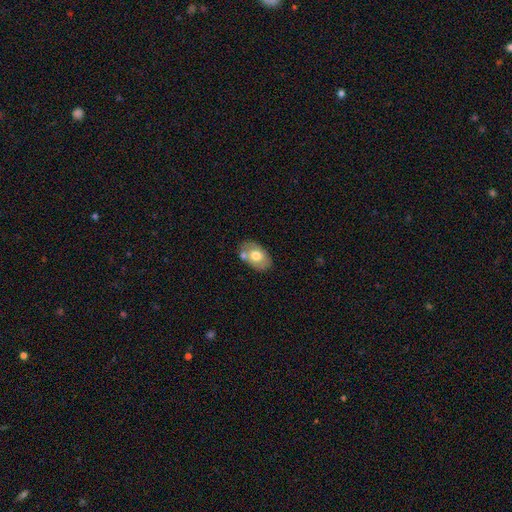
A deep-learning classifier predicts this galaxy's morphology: Smooth or featured?
  - smooth: 65% *
  - featured or disk: 29%
  - star or artifact: 7%
How rounded?
  - in between: 88% *
  - round: 11%
  - cigar-shaped: 1%
Merging?
  - none: 64% *
  - minor disturbance: 17%
  - merger: 15%
  - major disturbance: 4%